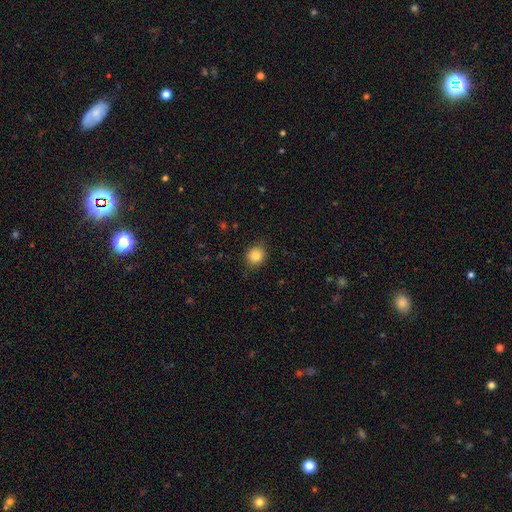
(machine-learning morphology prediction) Smooth or featured? smooth (84%)
How rounded? round (82%)
Merging? none (87%)